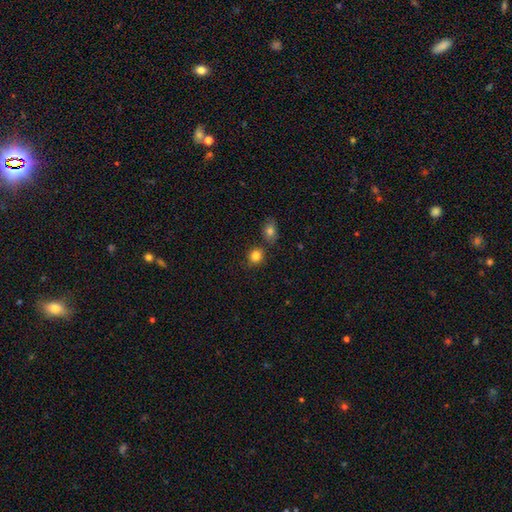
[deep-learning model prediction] Smooth or featured: smooth — 84% (star or artifact — 10%)
How rounded: round — 69% (in between — 30%)
Merging: none — 71% (merger — 14%)